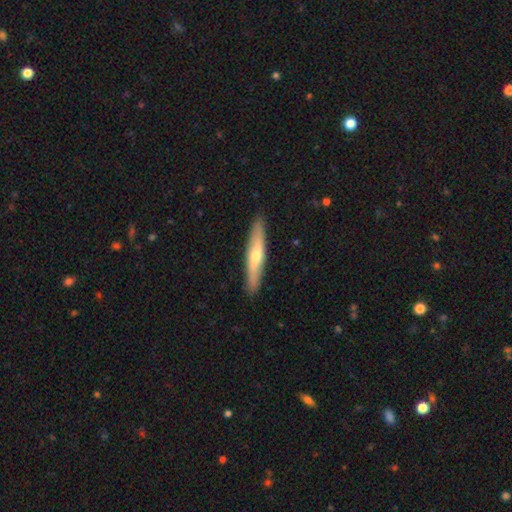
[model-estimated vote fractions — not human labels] smooth-or-featured: featured or disk: 51% | smooth: 44% | star or artifact: 5%
  disk-edge-on: yes: 85% | no: 15%
  merging: none: 90% | minor disturbance: 7% | major disturbance: 1% | merger: 1%